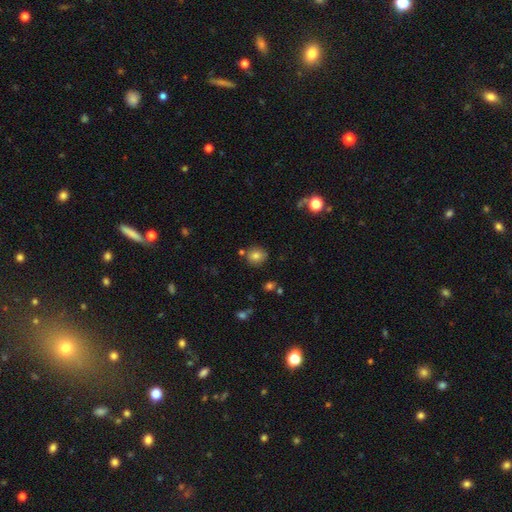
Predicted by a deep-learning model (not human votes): This appears to be a smooth galaxy with no disk features (79%) that is round (82%). Merging: none (81%).